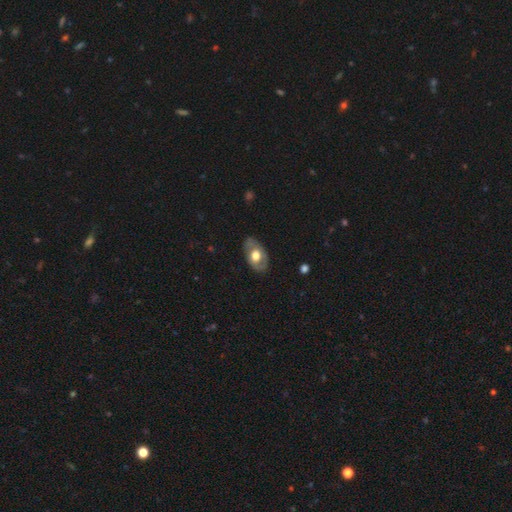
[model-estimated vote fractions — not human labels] This is possibly a featured or disk galaxy (48%). Merging: likely none (78%).